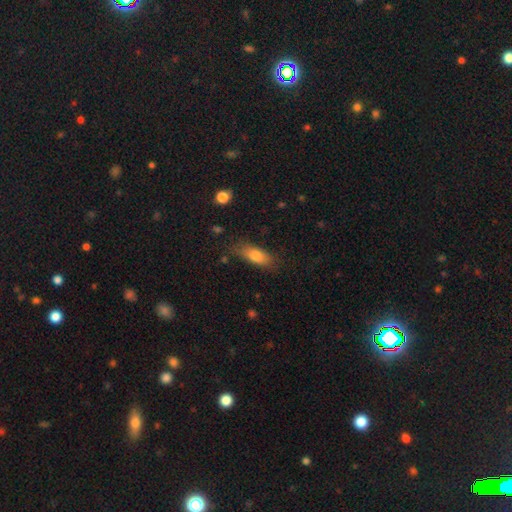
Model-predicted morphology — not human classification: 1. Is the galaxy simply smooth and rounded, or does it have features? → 77% smooth, 16% featured or disk, 7% star or artifact.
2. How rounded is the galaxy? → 74% in between, 23% cigar-shaped, 4% round.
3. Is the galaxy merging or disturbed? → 75% none, 19% minor disturbance, 5% major disturbance, 2% merger.